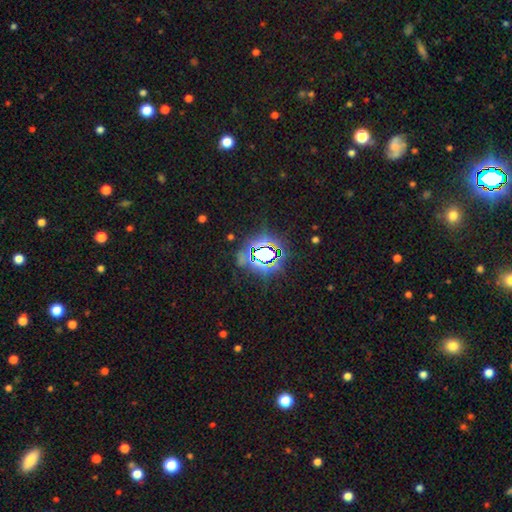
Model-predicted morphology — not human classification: This is likely a star or artifact rather than a galaxy (78%).